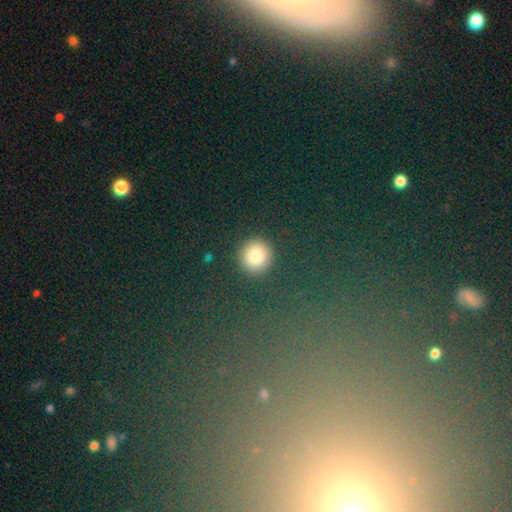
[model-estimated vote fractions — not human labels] The model was most divided on "smooth or featured": smooth: 83%, star or artifact: 11%, featured or disk: 6%. More confident: how rounded — round (92%); merging — none (89%).